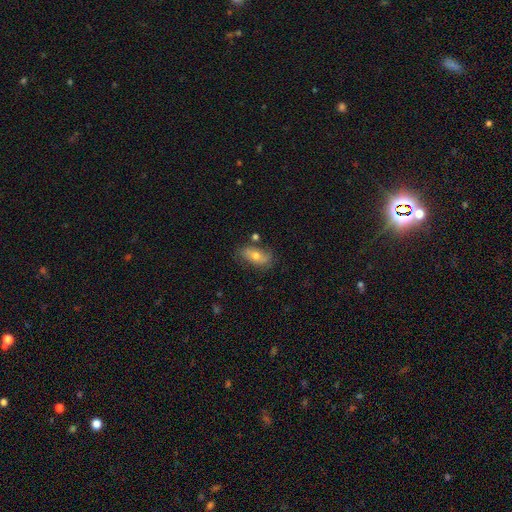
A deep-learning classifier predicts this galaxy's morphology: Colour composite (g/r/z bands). It shows a smooth galaxy with no disk features (57%) that is in between round and cigar-shaped (85%). Merging: none (70%).